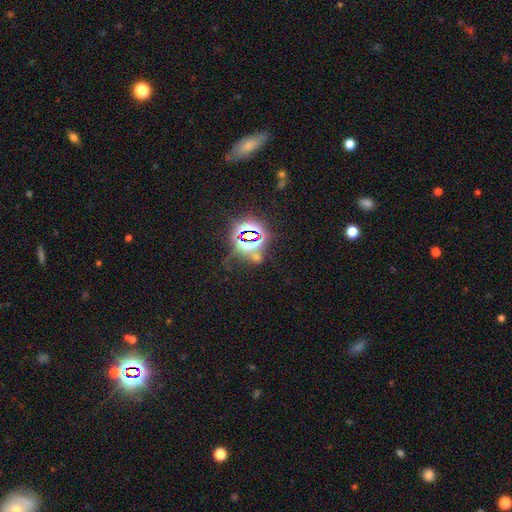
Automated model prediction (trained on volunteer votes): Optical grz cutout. It shows a star or artifact, not a galaxy (72%).